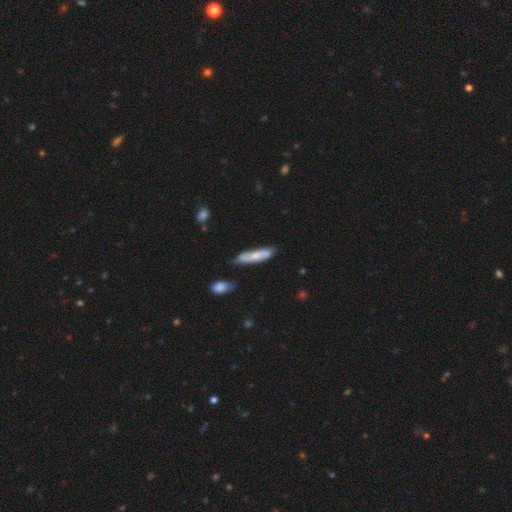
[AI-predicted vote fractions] Q: Smooth or featured?
A: smooth (57%); runner-up: featured or disk (36%)
Q: How rounded?
A: cigar-shaped (73%); runner-up: in between (26%)
Q: Merging?
A: none (63%); runner-up: minor disturbance (25%)